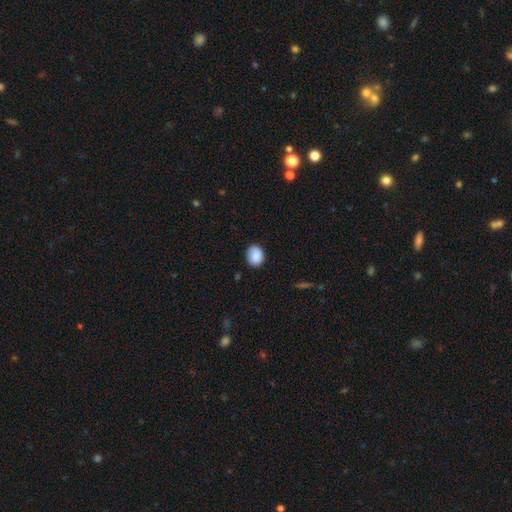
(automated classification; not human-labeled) A smooth galaxy with no disk features (89%) that is round (58%).

Vote fractions:
- Smooth or featured? smooth: 89% / star or artifact: 7% / featured or disk: 4%
- How rounded? round: 58% / in between: 41% / cigar-shaped: 1%
- Merging? none: 84% / minor disturbance: 12% / major disturbance: 2% / merger: 1%